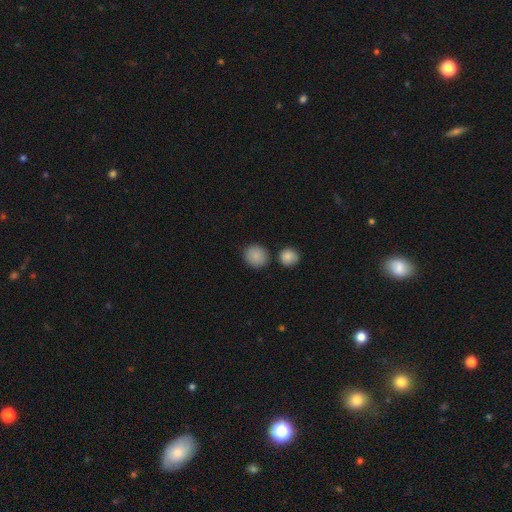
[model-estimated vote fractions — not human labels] Smooth or featured? smooth (87%)
How rounded? round (86%)
Merging? none (80%)